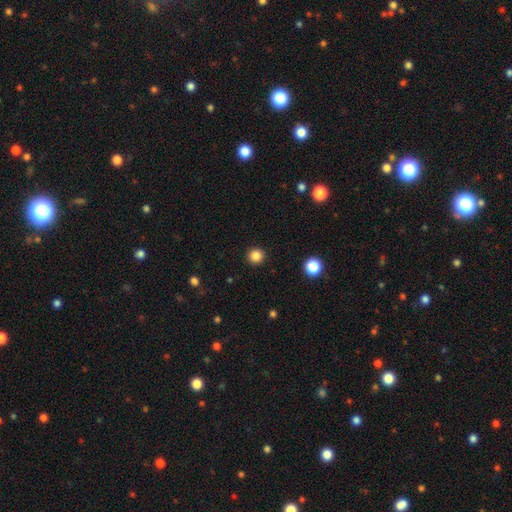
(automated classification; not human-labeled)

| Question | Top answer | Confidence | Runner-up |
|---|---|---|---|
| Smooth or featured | smooth | 84% | star or artifact (12%) |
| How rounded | round | 95% | in between (4%) |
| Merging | none | 92% | minor disturbance (5%) |